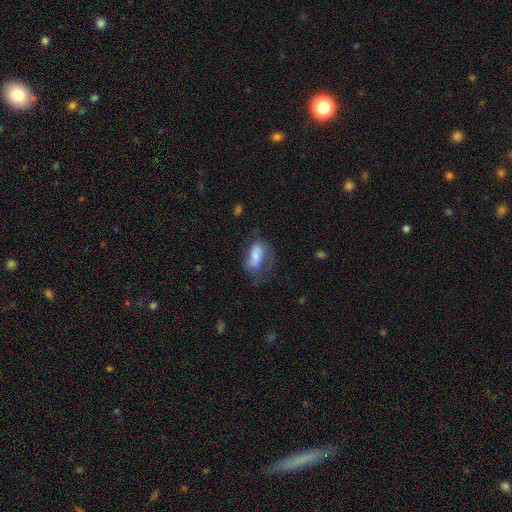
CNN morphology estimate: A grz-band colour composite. It shows a smooth galaxy with no disk features (62%) that is in between round and cigar-shaped (87%). Merging: none (44%).